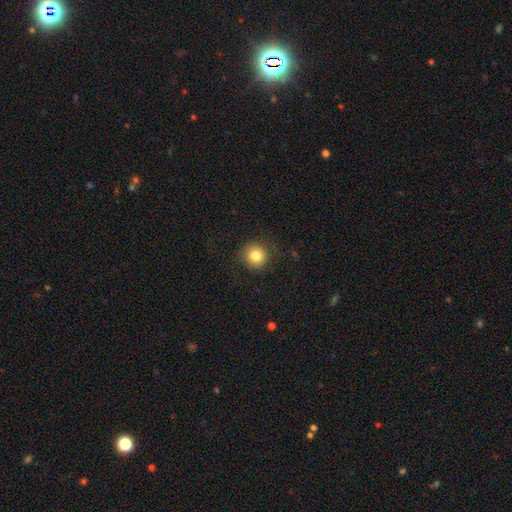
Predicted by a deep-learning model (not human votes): A smooth galaxy with no disk features (82%) that is round (93%).

Vote fractions:
- Smooth or featured? smooth: 82% / star or artifact: 11% / featured or disk: 7%
- How rounded? round: 93% / in between: 6% / cigar-shaped: 1%
- Merging? none: 89% / minor disturbance: 7% / major disturbance: 3% / merger: 1%